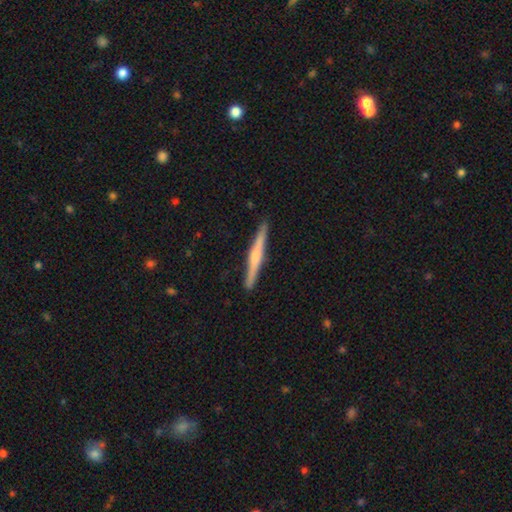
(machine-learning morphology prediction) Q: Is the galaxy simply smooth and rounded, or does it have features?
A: featured or disk — 60%.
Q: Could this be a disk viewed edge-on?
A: yes — 98%.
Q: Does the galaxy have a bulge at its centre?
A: rounded — 65%.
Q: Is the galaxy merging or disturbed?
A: none — 91%.